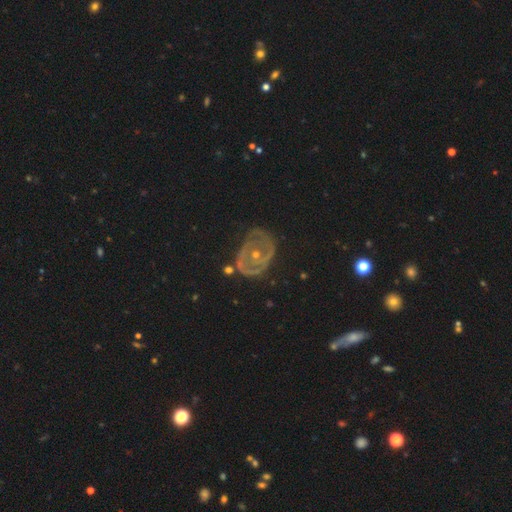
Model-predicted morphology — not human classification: Smooth or featured?
  - featured or disk: 78% *
  - smooth: 14%
  - star or artifact: 8%
Edge-on disk?
  - no: 96% *
  - yes: 4%
Bar?
  - no: 69% *
  - weak: 22%
  - strong: 9%
Spiral arms?
  - yes: 59% *
  - no: 41%
Bulge size?
  - small: 62% *
  - moderate: 34%
  - none: 1%
  - large: 1%
  - dominant: 1%
Merging?
  - none: 59% *
  - minor disturbance: 23%
  - major disturbance: 13%
  - merger: 4%